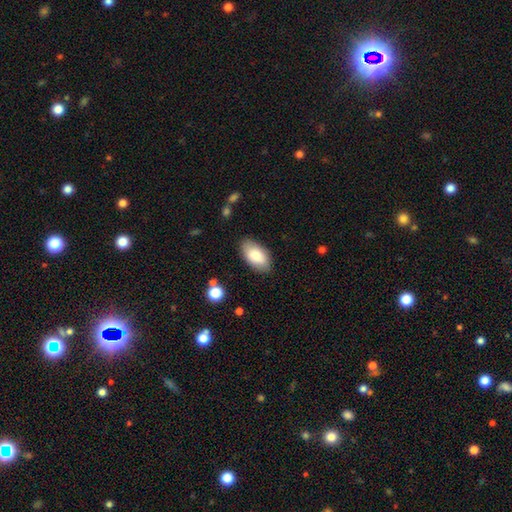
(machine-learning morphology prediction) smooth_or_featured: smooth (p=0.83) [alt: featured or disk p=0.11]
how_rounded: in between (p=0.95) [alt: round p=0.03]
merging: none (p=0.84) [alt: minor disturbance p=0.12]